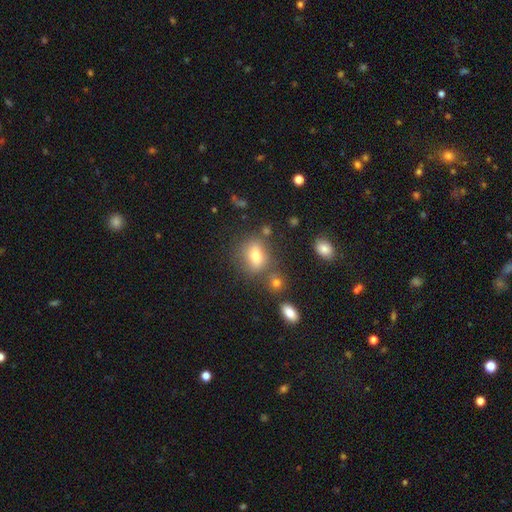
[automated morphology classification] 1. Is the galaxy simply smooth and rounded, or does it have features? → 72% smooth, 15% featured or disk, 13% star or artifact.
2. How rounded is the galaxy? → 60% in between, 37% round, 3% cigar-shaped.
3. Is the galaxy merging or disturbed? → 67% none, 15% minor disturbance, 12% merger, 6% major disturbance.